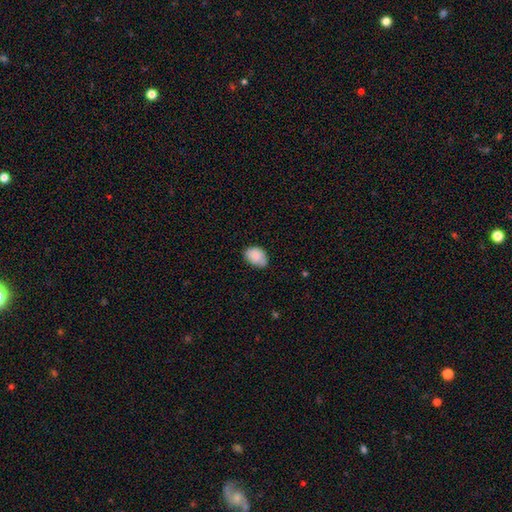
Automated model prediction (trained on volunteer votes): Smooth or featured?
  - smooth: 85% *
  - star or artifact: 8%
  - featured or disk: 7%
How rounded?
  - in between: 73% *
  - round: 26%
  - cigar-shaped: 1%
Merging?
  - none: 58% *
  - minor disturbance: 33%
  - major disturbance: 6%
  - merger: 3%